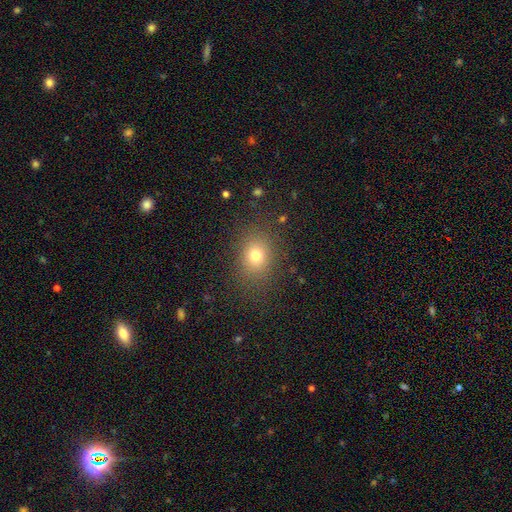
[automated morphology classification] type=smooth (74%); roundness=round (54%); merging=none (83%).